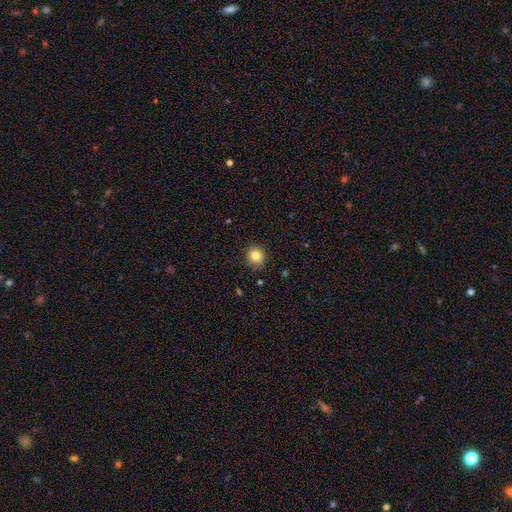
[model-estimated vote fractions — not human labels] Smooth or featured?
  - smooth: 83% *
  - star or artifact: 11%
  - featured or disk: 7%
How rounded?
  - round: 83% *
  - in between: 17%
  - cigar-shaped: 1%
Merging?
  - none: 86% *
  - minor disturbance: 10%
  - major disturbance: 2%
  - merger: 1%